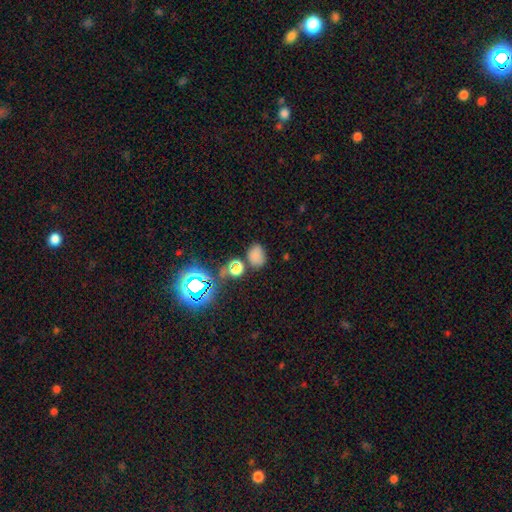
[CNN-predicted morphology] Smooth or featured? smooth (70%)
How rounded? in between (68%)
Merging? none (69%)